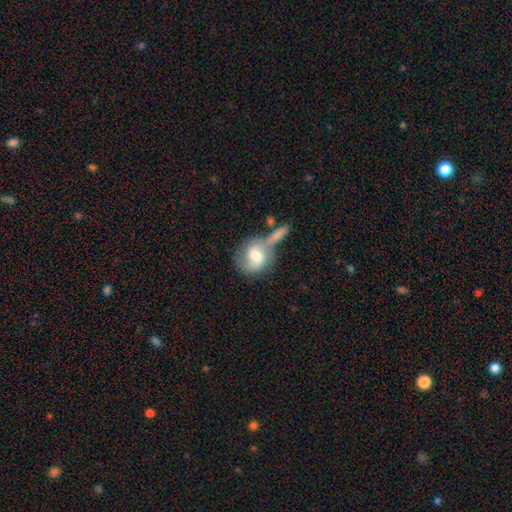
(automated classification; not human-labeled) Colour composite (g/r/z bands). It shows a featured or disk galaxy (47%). Merging: merger (37%).